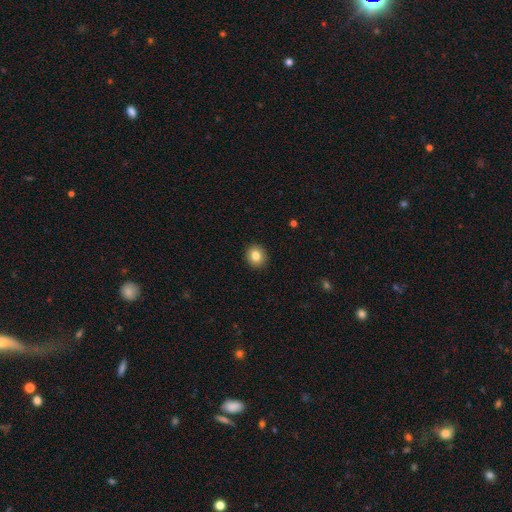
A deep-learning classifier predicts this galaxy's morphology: This appears to be a smooth galaxy with no disk features (83%) that is round (81%). Merging: none (92%).